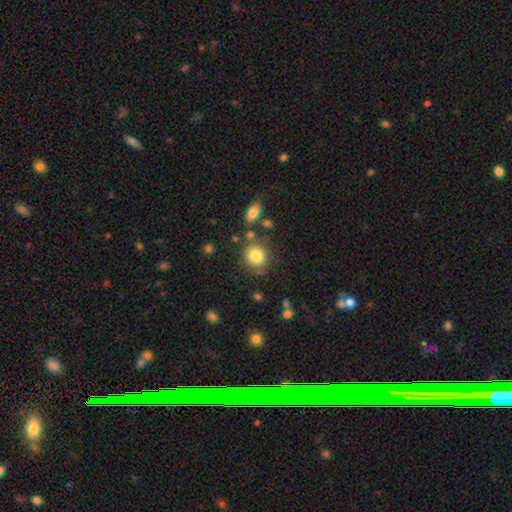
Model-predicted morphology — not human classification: This is clearly a smooth galaxy (83%). How rounded: clearly round (83%). Merging: likely none (74%).